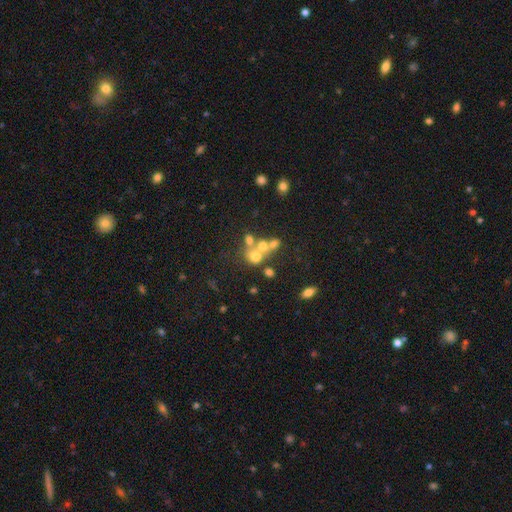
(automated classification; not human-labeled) Smooth or featured? Predicted: smooth (p=0.52). How rounded? Predicted: round (p=0.71). Merging? Predicted: merger (p=0.53).